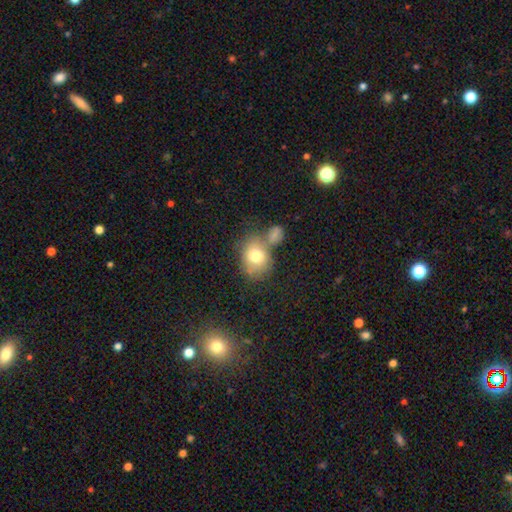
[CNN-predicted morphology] smooth_or_featured: smooth (p=0.75) [alt: featured or disk p=0.16]
how_rounded: round (p=0.52) [alt: in between p=0.47]
merging: none (p=0.46) [alt: merger p=0.30]